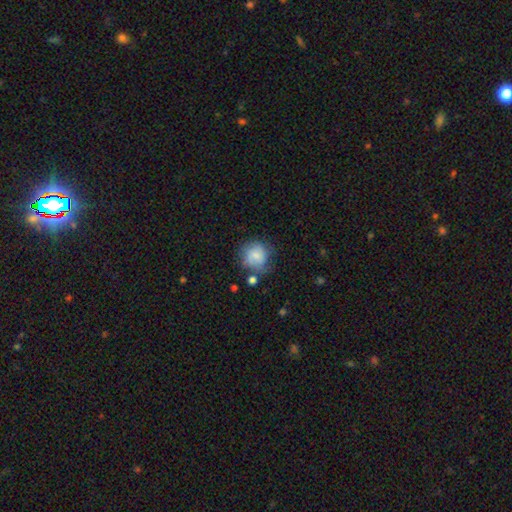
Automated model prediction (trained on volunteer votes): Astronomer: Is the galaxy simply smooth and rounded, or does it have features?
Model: smooth — 69%.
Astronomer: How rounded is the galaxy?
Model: round — 83%.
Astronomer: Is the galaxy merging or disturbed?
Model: none — 55%.